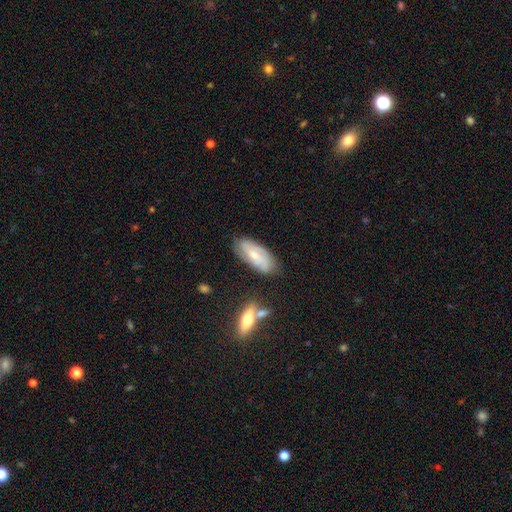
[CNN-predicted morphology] smooth-or-featured: featured or disk: 53% | smooth: 40% | star or artifact: 7%
  disk-edge-on: no: 86% | yes: 14%
  merging: none: 73% | minor disturbance: 18% | major disturbance: 4% | merger: 4%